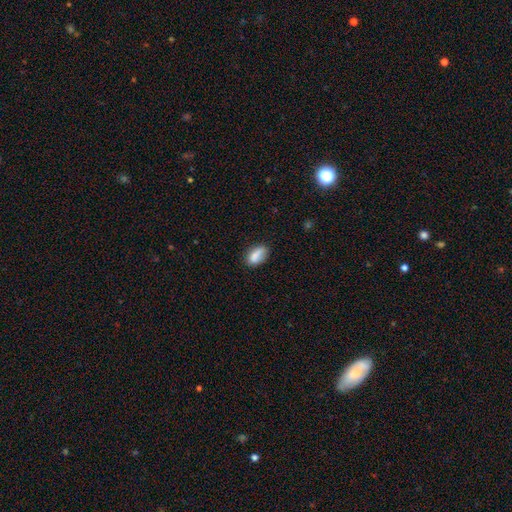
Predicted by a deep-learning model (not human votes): Smooth or featured?
  - smooth: 81% *
  - featured or disk: 11%
  - star or artifact: 8%
How rounded?
  - in between: 85% *
  - cigar-shaped: 8%
  - round: 7%
Merging?
  - none: 65% *
  - minor disturbance: 24%
  - major disturbance: 6%
  - merger: 4%